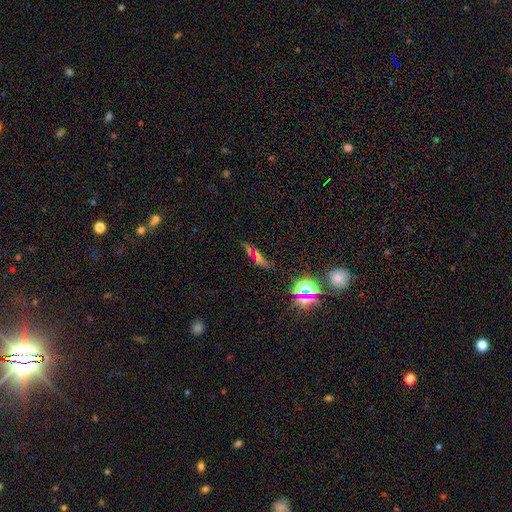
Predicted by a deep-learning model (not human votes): This appears to be a smooth galaxy with no disk features (45%). Merging: none (71%).